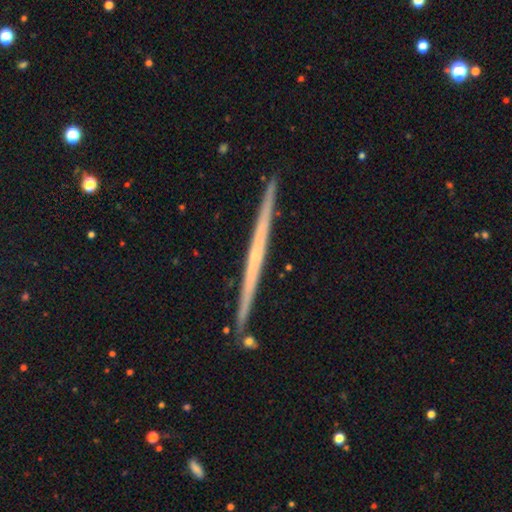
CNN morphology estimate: Q: Smooth or featured?
A: featured or disk (72%); runner-up: smooth (22%)
Q: Edge-on disk?
A: yes (98%); runner-up: no (2%)
Q: Edge-on bulge?
A: none (81%); runner-up: rounded (15%)
Q: Merging?
A: none (91%); runner-up: minor disturbance (6%)